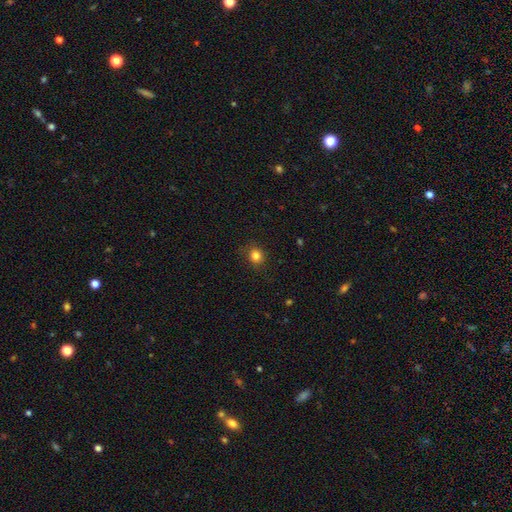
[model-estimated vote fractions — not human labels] smooth 83%, star or artifact 13%, featured or disk 5%. Down the decision tree: how rounded — round (83%); merging — none (85%).